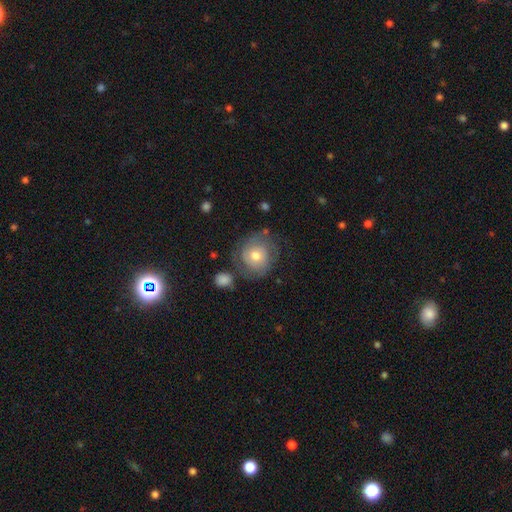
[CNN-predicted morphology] featured or disk 48%, smooth 44%, star or artifact 8%. Down the decision tree: merging — none (62%).